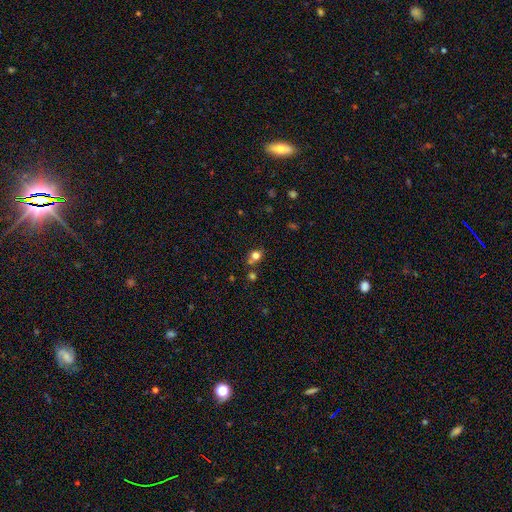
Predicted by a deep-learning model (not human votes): Smooth or featured: smooth — 75% (star or artifact — 15%)
How rounded: round — 66% (in between — 32%)
Merging: none — 59% (merger — 25%)